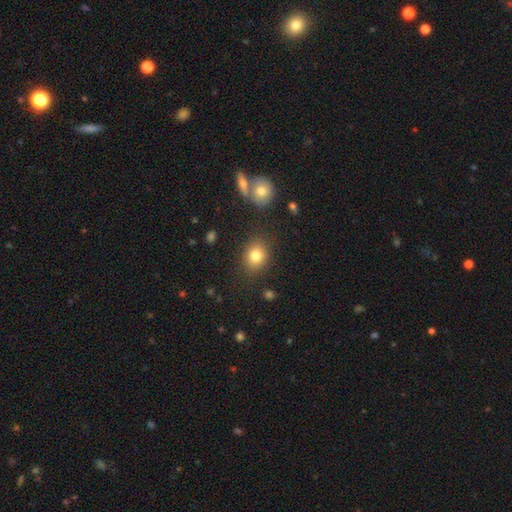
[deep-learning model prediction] smooth 81%, star or artifact 11%, featured or disk 8%. Down the decision tree: how rounded — round (50%); merging — none (82%).